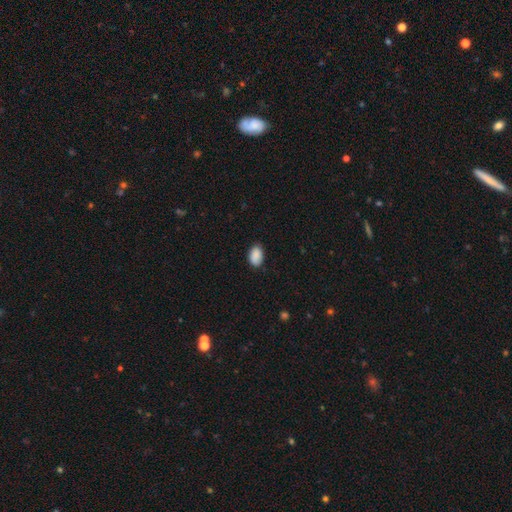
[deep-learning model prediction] smooth 90%, star or artifact 7%, featured or disk 3%. Down the decision tree: how rounded — in between (90%); merging — none (82%).